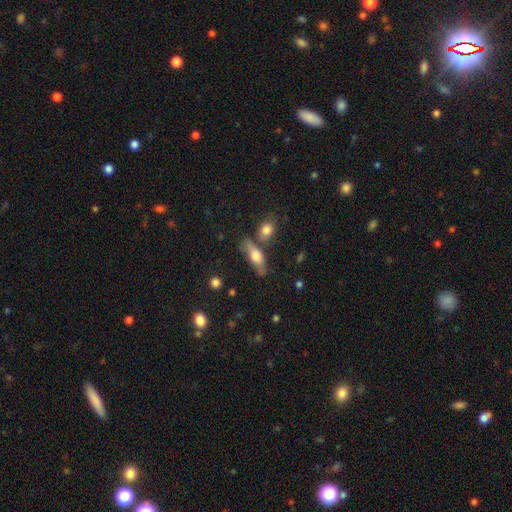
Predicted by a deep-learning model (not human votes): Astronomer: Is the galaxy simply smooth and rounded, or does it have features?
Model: smooth — 60%.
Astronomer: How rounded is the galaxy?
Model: in between — 62%.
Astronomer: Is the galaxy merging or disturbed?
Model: none — 59%.